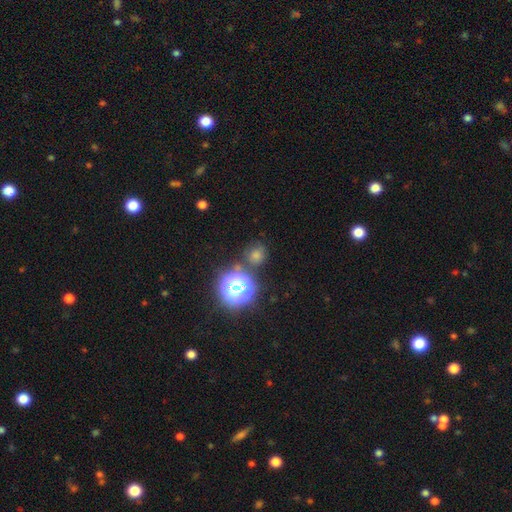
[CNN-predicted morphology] Smooth or featured: smooth — 48% (star or artifact — 43%)
Merging: none — 78% (minor disturbance — 10%)